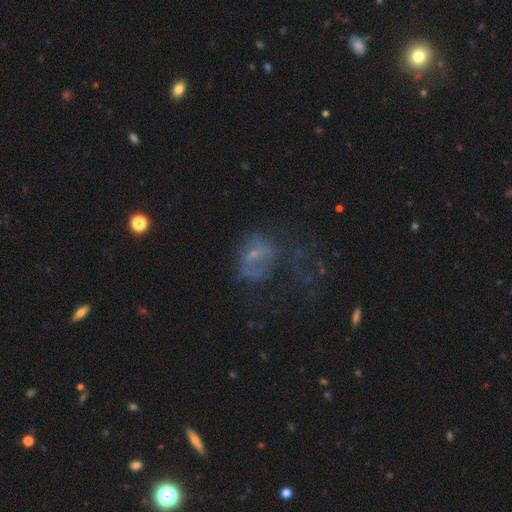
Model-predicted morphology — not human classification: This is marginally a featured or disk galaxy (42%). Merging: possibly major disturbance (48%).